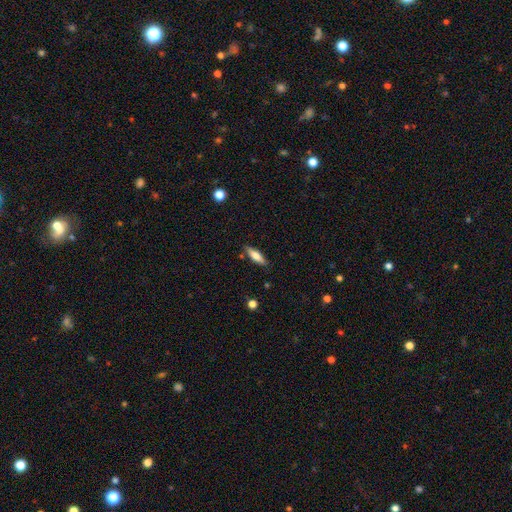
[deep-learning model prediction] Smooth or featured? smooth (65%)
How rounded? cigar-shaped (56%)
Merging? none (85%)